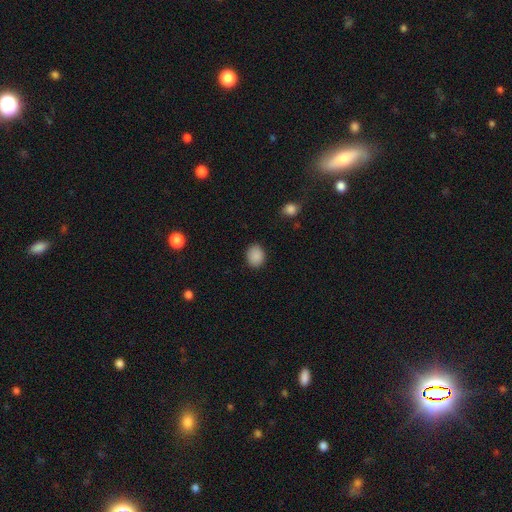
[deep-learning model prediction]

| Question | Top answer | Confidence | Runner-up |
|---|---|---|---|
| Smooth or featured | smooth | 88% | star or artifact (9%) |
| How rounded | round | 56% | in between (43%) |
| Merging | none | 87% | minor disturbance (9%) |